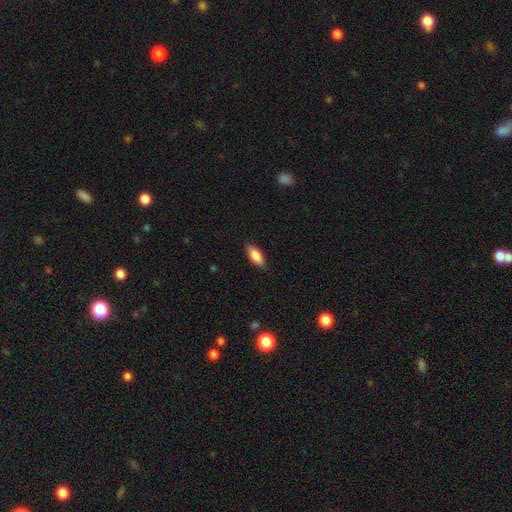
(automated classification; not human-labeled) The model was most divided on "how rounded": in between: 75%, cigar-shaped: 23%, round: 2%. More confident: merging — none (85%); smooth or featured — smooth (84%).